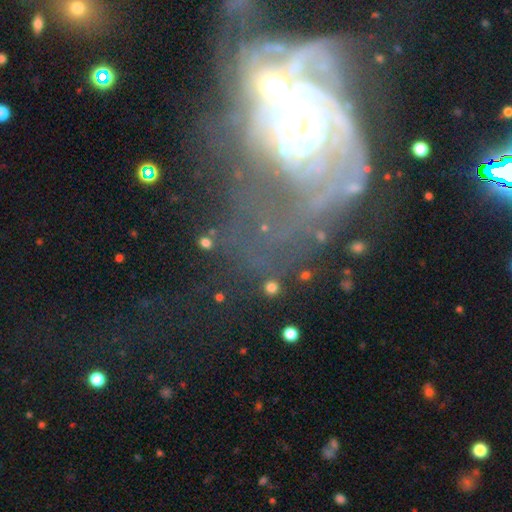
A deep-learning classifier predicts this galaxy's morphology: Overall: featured or disk (68%). Edge-on disk: no (96%). Bar: no (74%). Spiral arms: yes (61%; no 39%). Bulge size: small (50%; moderate 28%). Merging: major disturbance (34%; none 31%).